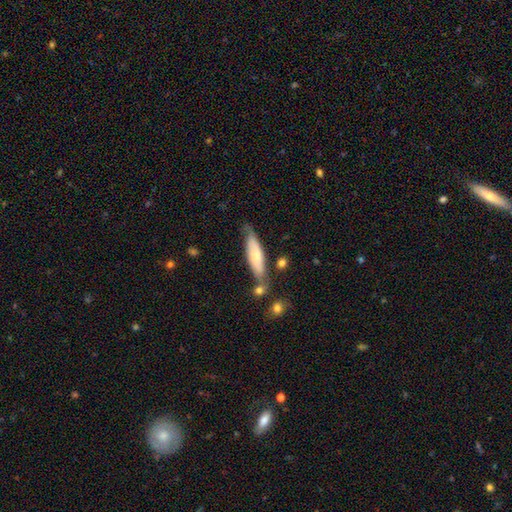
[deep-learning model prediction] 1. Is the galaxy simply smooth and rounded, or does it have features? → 62% smooth, 32% featured or disk, 6% star or artifact.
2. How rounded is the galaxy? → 68% cigar-shaped, 31% in between, 2% round.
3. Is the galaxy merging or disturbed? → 63% none, 23% minor disturbance, 9% merger, 5% major disturbance.